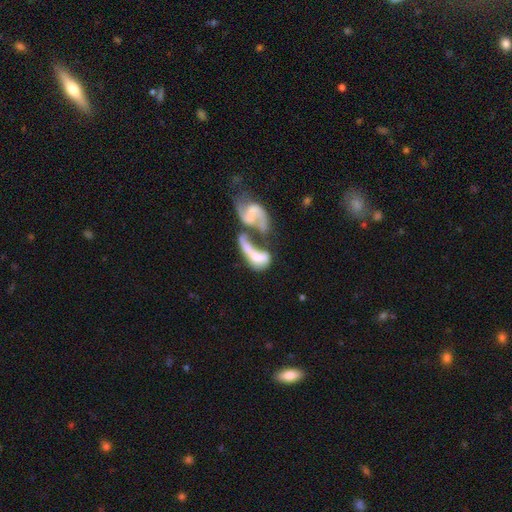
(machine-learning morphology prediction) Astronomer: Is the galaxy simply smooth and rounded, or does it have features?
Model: featured or disk — 57% (runner-up: smooth, 34%).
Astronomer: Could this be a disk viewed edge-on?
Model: no — 94%.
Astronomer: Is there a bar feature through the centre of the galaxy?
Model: no — 58%.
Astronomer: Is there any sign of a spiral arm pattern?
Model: no — 54% (runner-up: yes, 46%).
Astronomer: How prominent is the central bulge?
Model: none — 54%.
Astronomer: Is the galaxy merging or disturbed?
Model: merger — 66%.